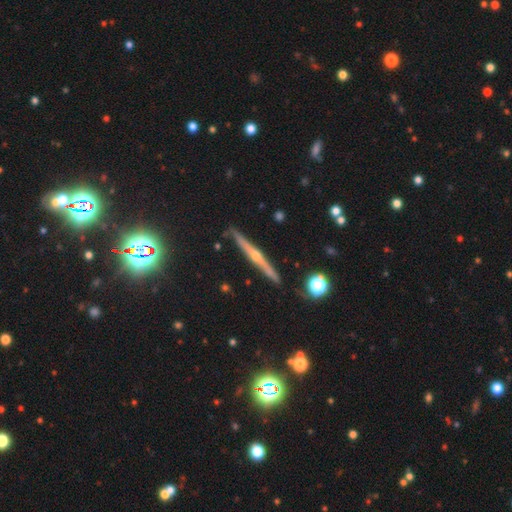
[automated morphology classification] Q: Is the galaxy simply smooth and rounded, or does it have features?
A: featured or disk — 77%.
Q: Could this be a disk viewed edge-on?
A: yes — 98%.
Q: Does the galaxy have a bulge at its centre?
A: rounded — 83%.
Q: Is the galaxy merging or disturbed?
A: none — 89%.